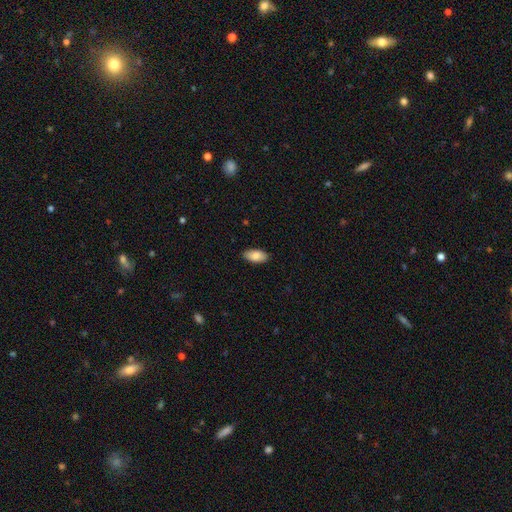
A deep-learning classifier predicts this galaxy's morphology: smooth_or_featured: smooth (p=0.85) [alt: featured or disk p=0.08]
how_rounded: in between (p=0.93) [alt: cigar-shaped p=0.04]
merging: none (p=0.88) [alt: minor disturbance p=0.09]